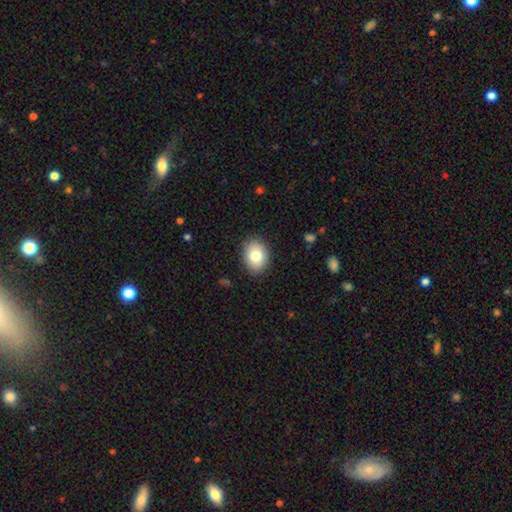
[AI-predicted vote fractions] Smooth or featured: smooth — 80% (featured or disk — 11%)
How rounded: in between — 62% (round — 37%)
Merging: none — 88% (minor disturbance — 9%)